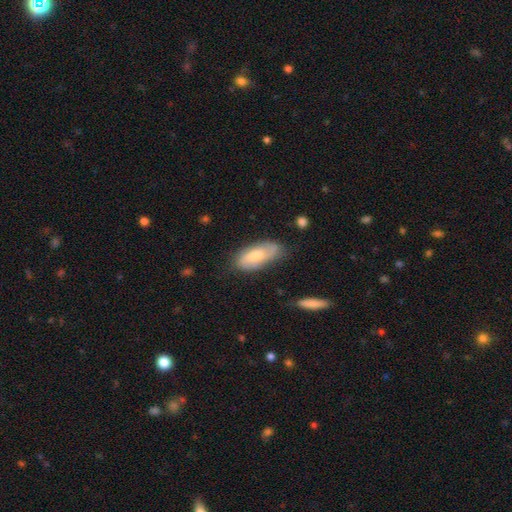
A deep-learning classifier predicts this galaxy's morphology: Overall: smooth (48%; featured or disk 46%). Merging: none (69%).